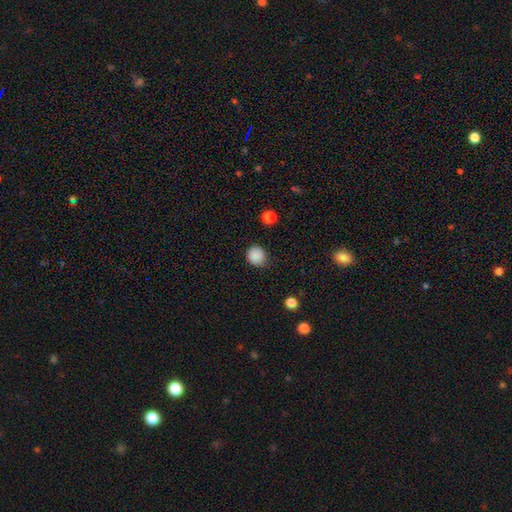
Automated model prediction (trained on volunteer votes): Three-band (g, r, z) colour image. It shows a smooth galaxy with no disk features (87%) that is round (88%). Merging: none (81%).